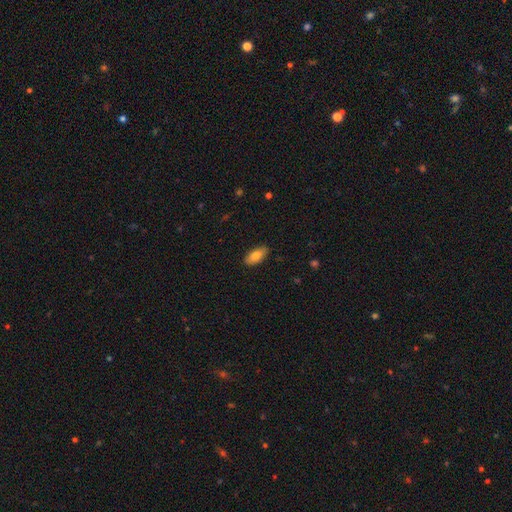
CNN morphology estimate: smooth-or-featured: smooth: 80% | featured or disk: 14% | star or artifact: 6%
  how-rounded: in between: 89% | cigar-shaped: 9% | round: 2%
  merging: none: 88% | minor disturbance: 10% | major disturbance: 2% | merger: 1%